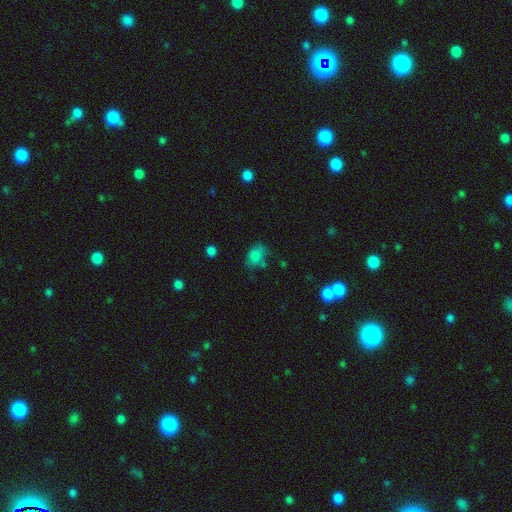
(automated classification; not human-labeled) Smooth or featured?
  - smooth: 76% *
  - star or artifact: 12%
  - featured or disk: 11%
How rounded?
  - in between: 67% *
  - round: 32%
  - cigar-shaped: 1%
Merging?
  - none: 52% *
  - minor disturbance: 27%
  - major disturbance: 13%
  - merger: 8%